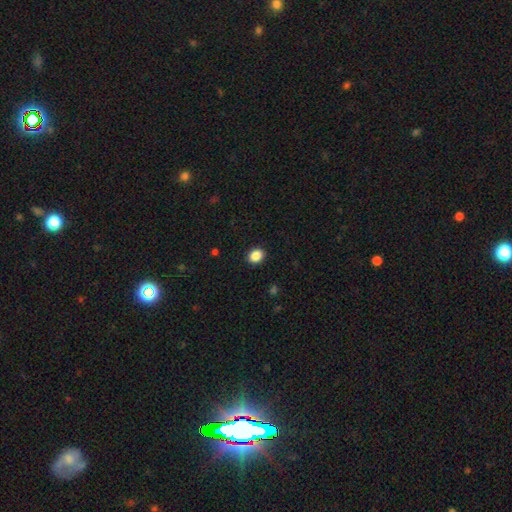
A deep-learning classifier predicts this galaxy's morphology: type=smooth (88%); roundness=round (52%); merging=none (91%).